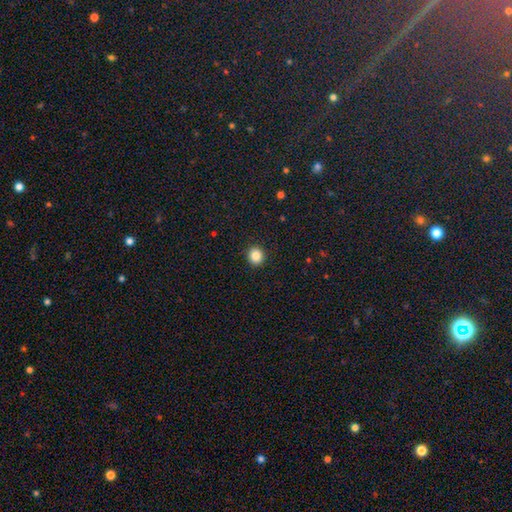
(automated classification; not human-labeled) smooth_or_featured: smooth (p=0.86) [alt: star or artifact p=0.10]
how_rounded: round (p=0.87) [alt: in between p=0.12]
merging: none (p=0.92) [alt: minor disturbance p=0.05]